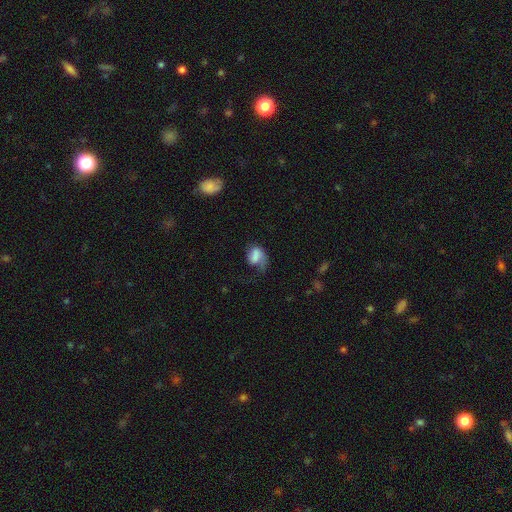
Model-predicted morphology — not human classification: smooth-or-featured: smooth: 65% | featured or disk: 25% | star or artifact: 9%
  how-rounded: in between: 75% | round: 23% | cigar-shaped: 2%
  merging: major disturbance: 42% | none: 29% | minor disturbance: 25% | merger: 4%